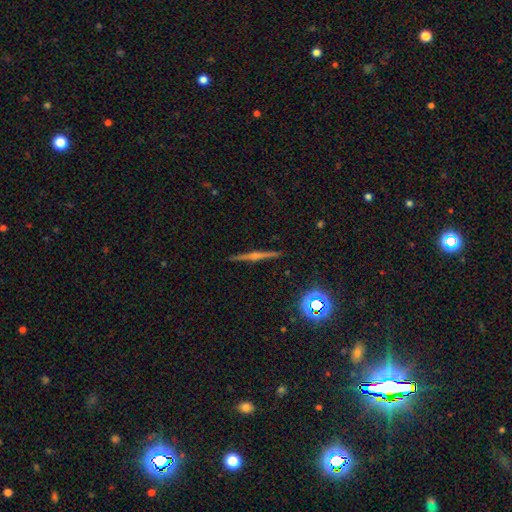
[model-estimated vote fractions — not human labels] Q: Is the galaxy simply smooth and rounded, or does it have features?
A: featured or disk — 75%.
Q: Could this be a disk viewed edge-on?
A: yes — 98%.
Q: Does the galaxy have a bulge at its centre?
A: rounded — 84%.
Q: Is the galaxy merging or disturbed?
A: none — 92%.